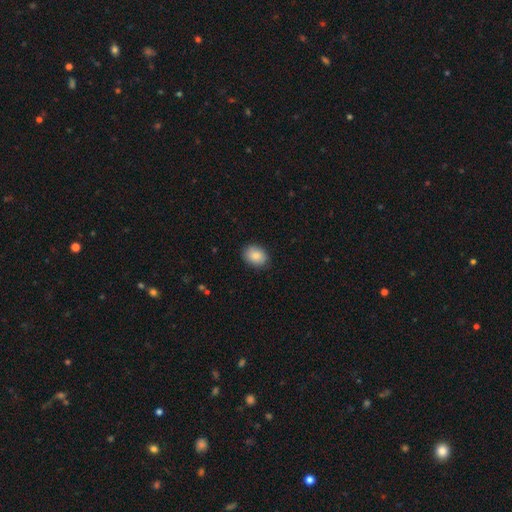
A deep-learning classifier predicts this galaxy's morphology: smooth 86%, star or artifact 7%, featured or disk 7%. Down the decision tree: how rounded — in between (64%); merging — none (88%).